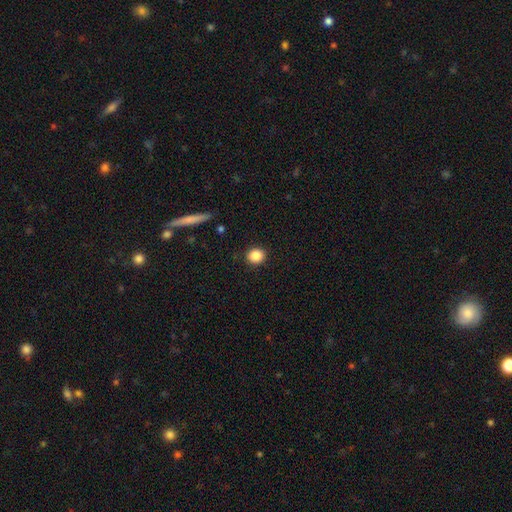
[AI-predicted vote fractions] Overall: smooth (86%). How rounded: round (81%). Merging: none (91%).